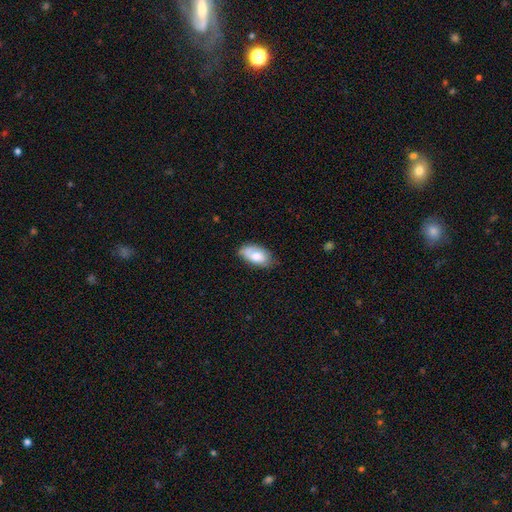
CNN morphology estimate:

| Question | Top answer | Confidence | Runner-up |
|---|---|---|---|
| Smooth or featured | smooth | 72% | featured or disk (21%) |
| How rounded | in between | 93% | round (4%) |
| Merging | none | 59% | minor disturbance (29%) |